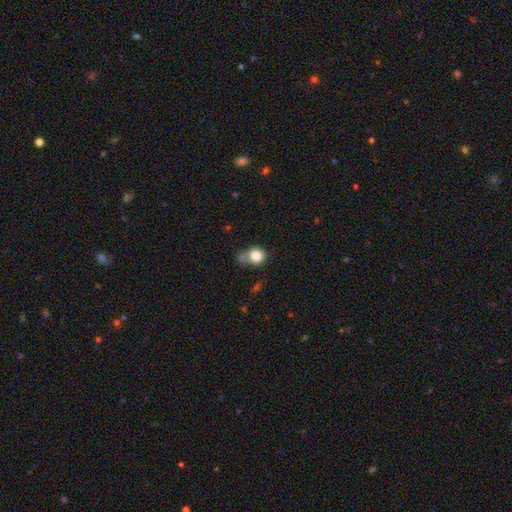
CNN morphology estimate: A smooth galaxy with no disk features (82%) that is round (79%). Merging: none (49%).